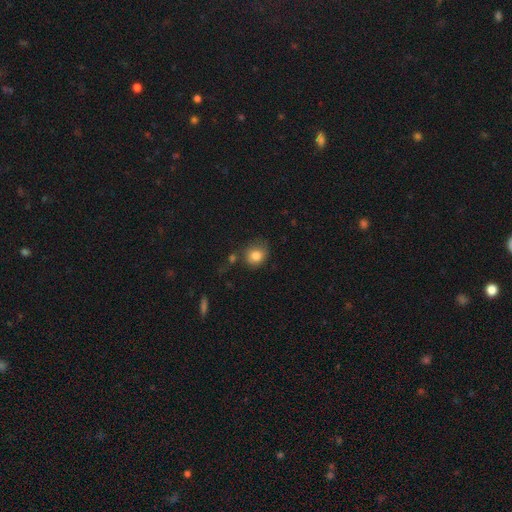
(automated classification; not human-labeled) Smooth or featured? smooth (82%)
How rounded? round (71%)
Merging? none (62%)